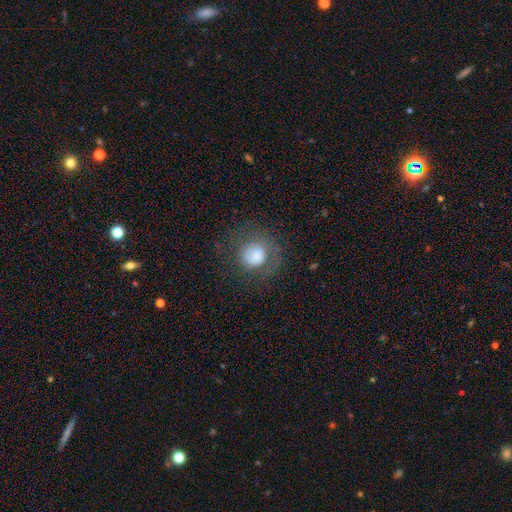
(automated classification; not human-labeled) Morphology: type=smooth (69%); roundness=round (82%); merging=none (57%).